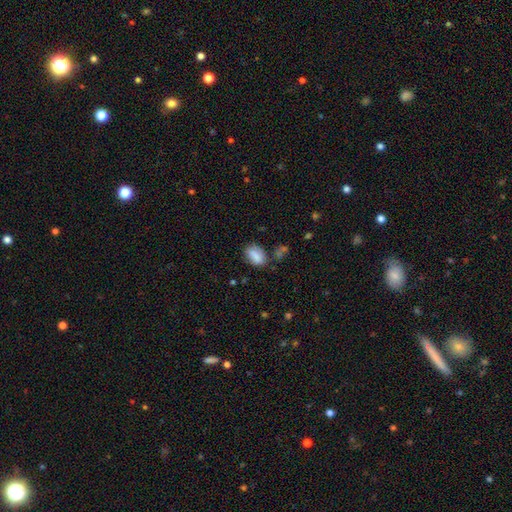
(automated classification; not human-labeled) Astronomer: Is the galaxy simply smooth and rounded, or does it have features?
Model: smooth — 81%.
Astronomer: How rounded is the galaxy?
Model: in between — 83%.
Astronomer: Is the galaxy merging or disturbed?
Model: none — 61%.